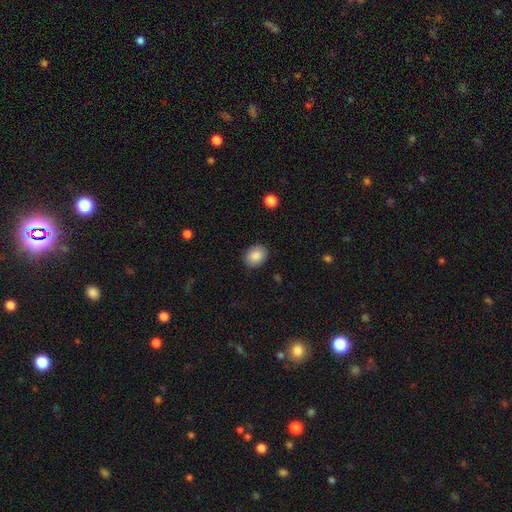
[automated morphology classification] A smooth galaxy with no disk features (88%) that is in between round and cigar-shaped (59%). Merging: none (88%).